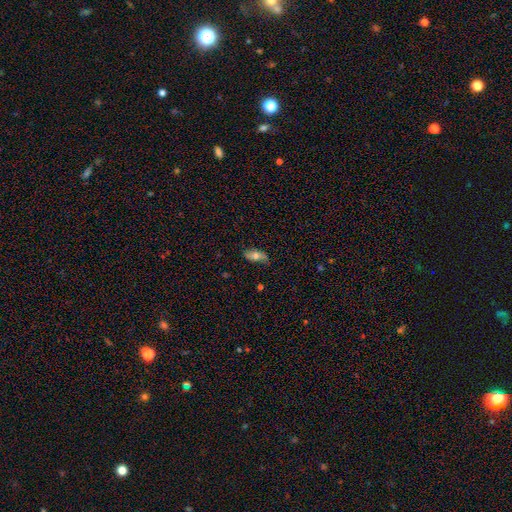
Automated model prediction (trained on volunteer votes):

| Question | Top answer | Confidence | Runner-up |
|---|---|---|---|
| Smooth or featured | smooth | 66% | featured or disk (27%) |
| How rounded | in between | 85% | cigar-shaped (12%) |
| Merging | none | 73% | minor disturbance (21%) |